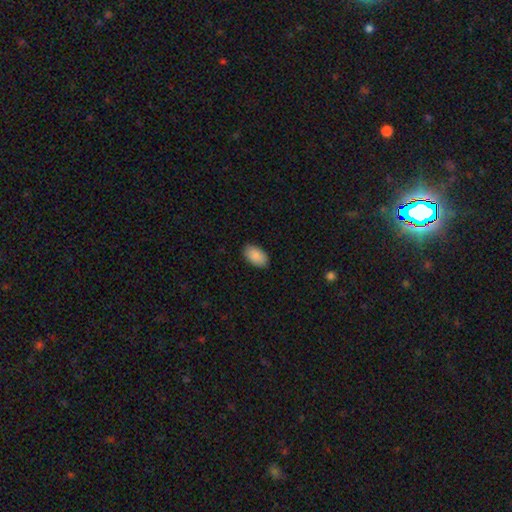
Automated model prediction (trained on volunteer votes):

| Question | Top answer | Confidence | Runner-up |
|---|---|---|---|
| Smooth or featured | smooth | 90% | star or artifact (6%) |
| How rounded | in between | 95% | round (4%) |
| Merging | none | 89% | minor disturbance (8%) |